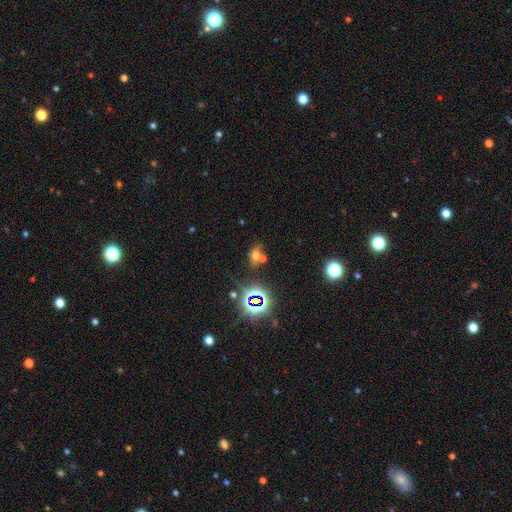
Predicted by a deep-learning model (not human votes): Q: Smooth or featured?
A: smooth (49%); runner-up: star or artifact (37%)
Q: Merging?
A: none (52%); runner-up: merger (27%)